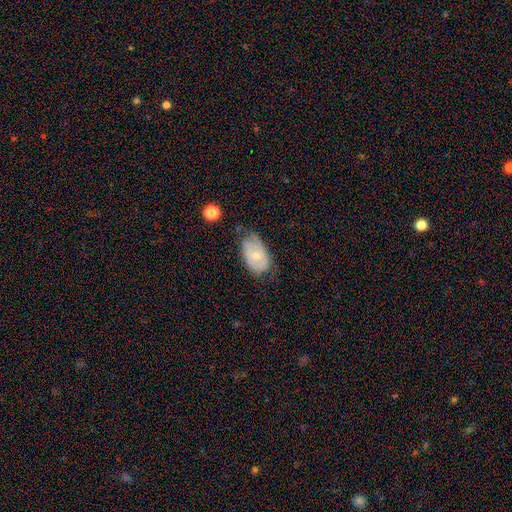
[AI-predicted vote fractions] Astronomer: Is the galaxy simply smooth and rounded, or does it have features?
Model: smooth — 49% (runner-up: featured or disk, 44%).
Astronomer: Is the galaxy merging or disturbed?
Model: none — 51% (runner-up: minor disturbance, 36%).